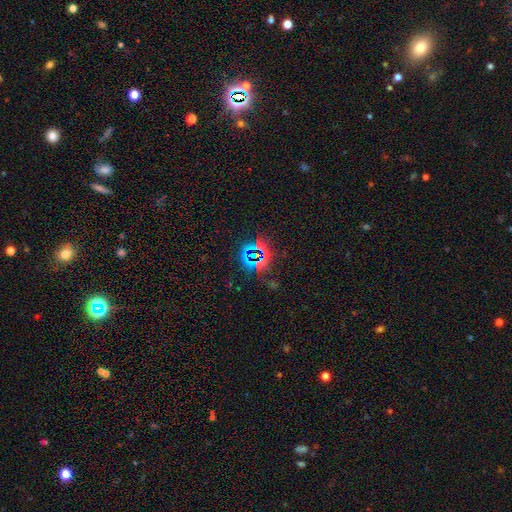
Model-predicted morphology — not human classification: A star or artifact, not a galaxy (76%).